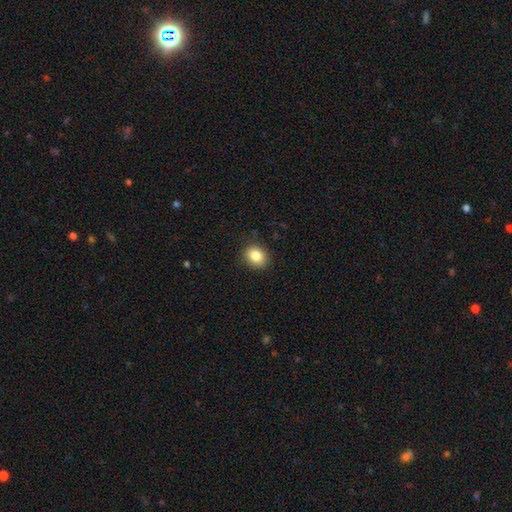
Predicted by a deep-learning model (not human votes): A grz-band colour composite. It shows a smooth galaxy with no disk features (85%) that is round (50%). Merging: none (87%).